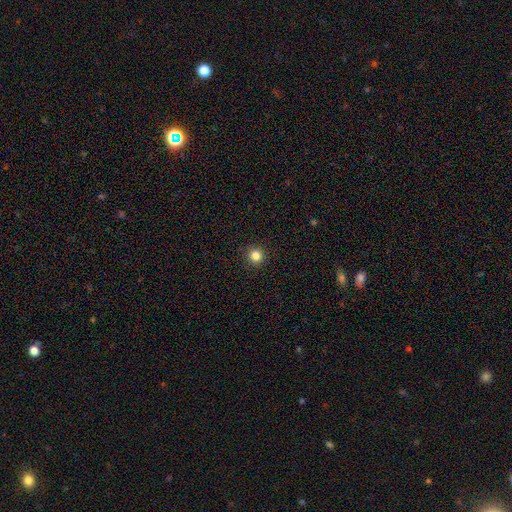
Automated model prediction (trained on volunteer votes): Q: Smooth or featured?
A: smooth (83%); runner-up: star or artifact (12%)
Q: How rounded?
A: round (95%); runner-up: in between (4%)
Q: Merging?
A: none (93%); runner-up: minor disturbance (5%)